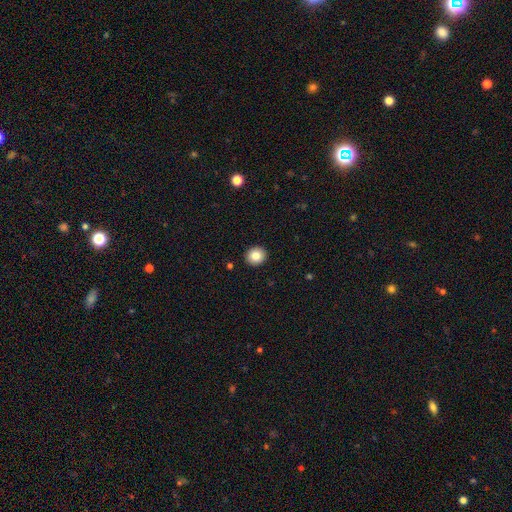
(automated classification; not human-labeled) Morphology: type=smooth (83%); roundness=round (88%); merging=none (93%).